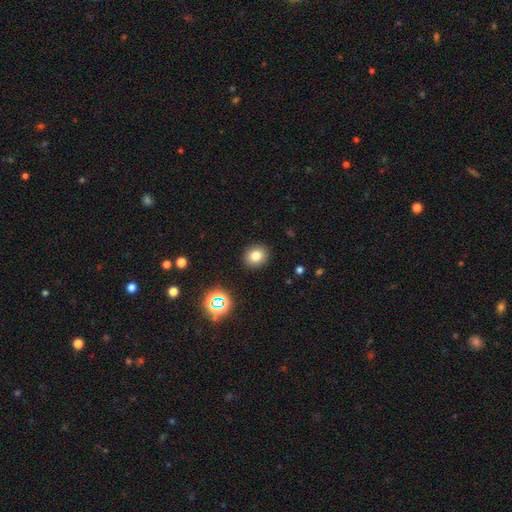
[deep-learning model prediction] Smooth or featured: smooth — 78% (star or artifact — 15%)
How rounded: round — 75% (in between — 24%)
Merging: none — 90% (minor disturbance — 7%)